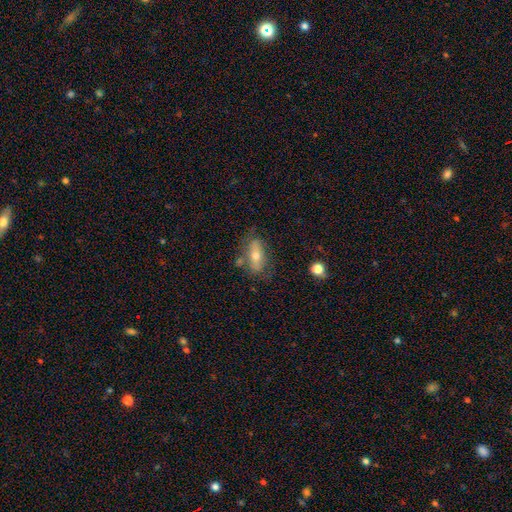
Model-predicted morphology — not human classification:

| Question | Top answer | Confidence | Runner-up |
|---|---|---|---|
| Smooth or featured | smooth | 51% | featured or disk (41%) |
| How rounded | in between | 77% | cigar-shaped (18%) |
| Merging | none | 65% | minor disturbance (20%) |